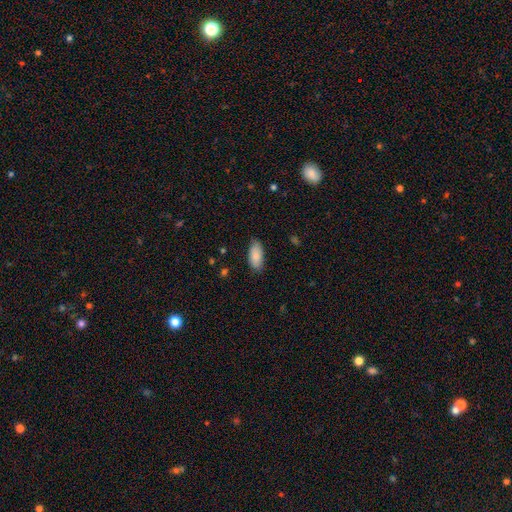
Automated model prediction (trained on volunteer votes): smooth 86%, featured or disk 8%, star or artifact 6%. Down the decision tree: how rounded — in between (92%); merging — none (80%).